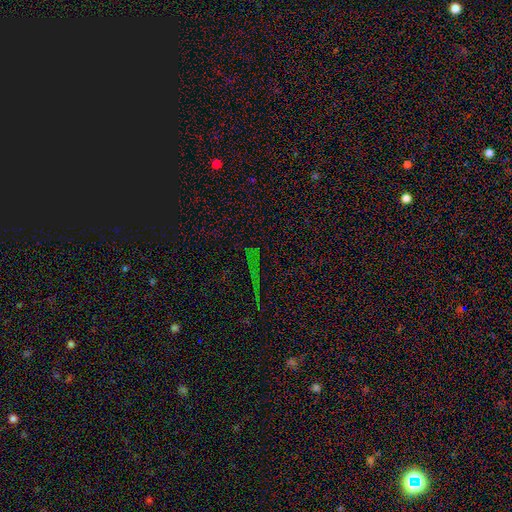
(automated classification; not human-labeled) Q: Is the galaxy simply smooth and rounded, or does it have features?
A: star or artifact — 76%.